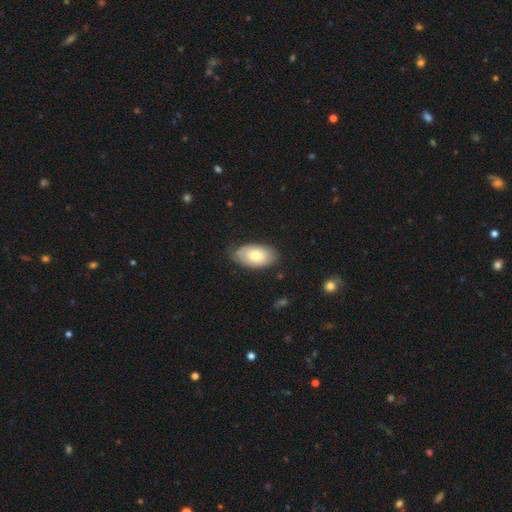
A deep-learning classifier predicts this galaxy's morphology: type=smooth (67%); roundness=in between (94%); merging=none (75%).